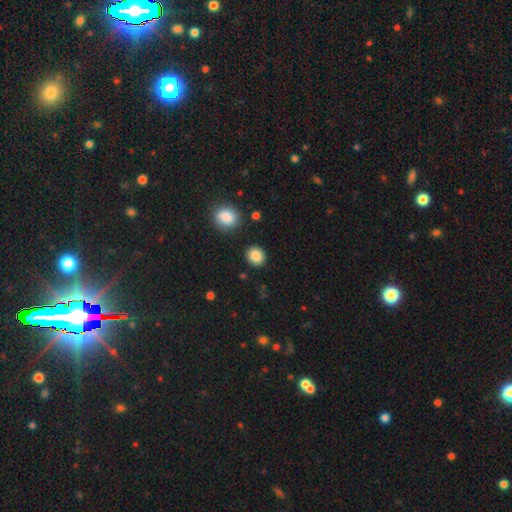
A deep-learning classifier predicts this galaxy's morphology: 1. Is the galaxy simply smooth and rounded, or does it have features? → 86% smooth, 9% star or artifact, 5% featured or disk.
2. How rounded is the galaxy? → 84% round, 15% in between, 1% cigar-shaped.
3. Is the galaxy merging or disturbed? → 90% none, 6% minor disturbance, 2% merger, 2% major disturbance.